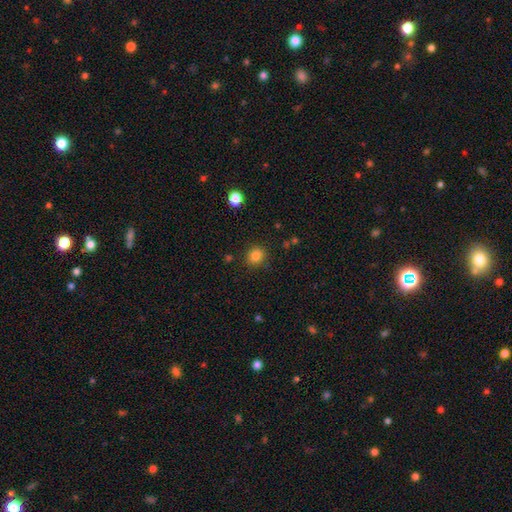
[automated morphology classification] Smooth or featured? Predicted: smooth (p=0.83). How rounded? Predicted: round (p=0.85). Merging? Predicted: none (p=0.87).